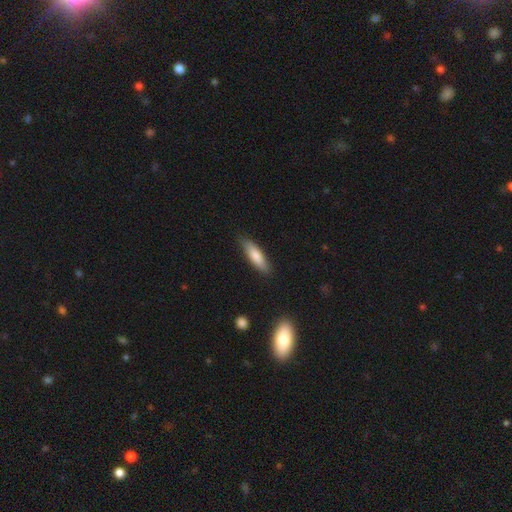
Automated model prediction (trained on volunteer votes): Smooth or featured?
  - smooth: 79% *
  - featured or disk: 16%
  - star or artifact: 6%
How rounded?
  - cigar-shaped: 62% *
  - in between: 37%
  - round: 2%
Merging?
  - none: 84% *
  - minor disturbance: 13%
  - major disturbance: 2%
  - merger: 1%